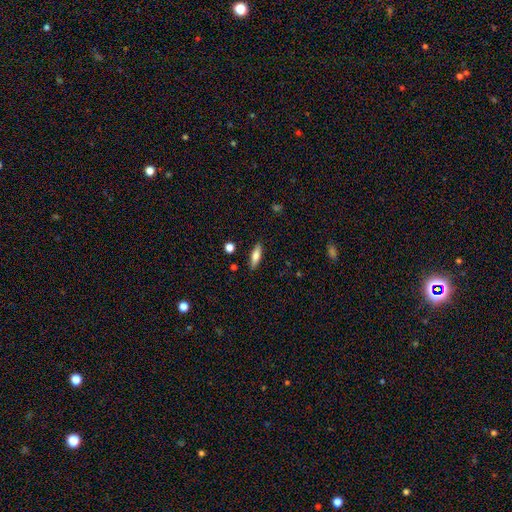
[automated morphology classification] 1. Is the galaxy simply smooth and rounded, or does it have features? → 68% smooth, 25% featured or disk, 7% star or artifact.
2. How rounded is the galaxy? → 51% cigar-shaped, 46% in between, 2% round.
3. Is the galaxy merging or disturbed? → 87% none, 9% minor disturbance, 2% major disturbance, 2% merger.